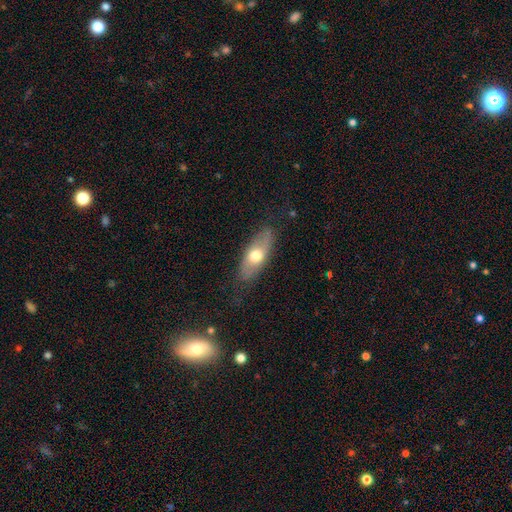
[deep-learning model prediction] smooth 59%, featured or disk 35%, star or artifact 6%. Down the decision tree: how rounded — in between (72%); merging — none (76%).